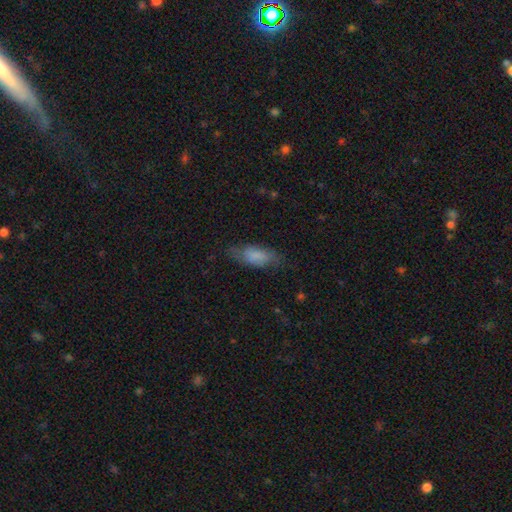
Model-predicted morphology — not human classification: This appears to be a smooth galaxy with no disk features (77%) that is in between round and cigar-shaped (76%). Merging: none (68%).